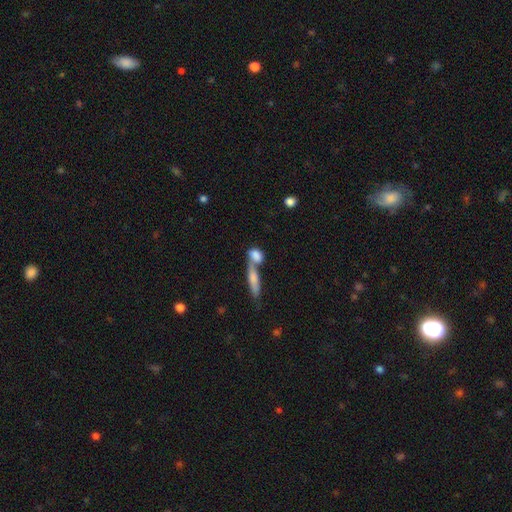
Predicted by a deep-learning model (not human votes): smooth 76%, featured or disk 16%, star or artifact 8%. Down the decision tree: how rounded — in between (60%); merging — merger (55%).